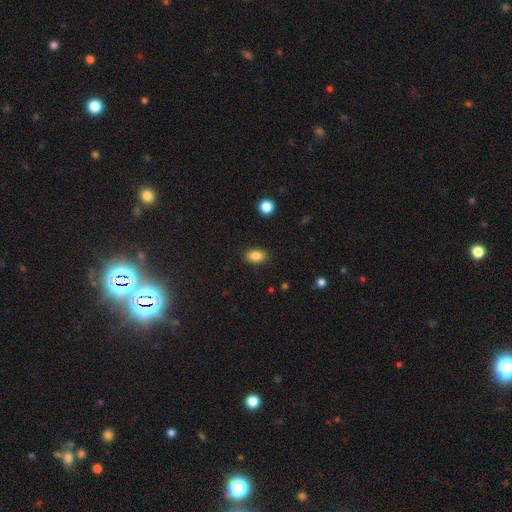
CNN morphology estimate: type=smooth (85%); roundness=in between (85%); merging=none (89%).